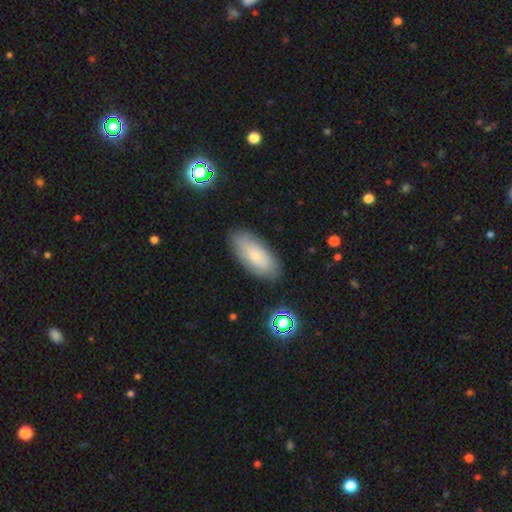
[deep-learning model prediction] The model was most divided on "smooth or featured": smooth: 73%, featured or disk: 19%, star or artifact: 8%. More confident: how rounded — in between (86%); merging — none (83%).